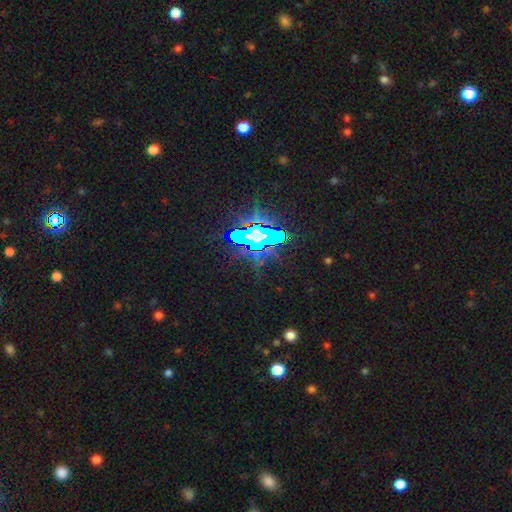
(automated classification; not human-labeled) Smooth or featured? star or artifact (67%)